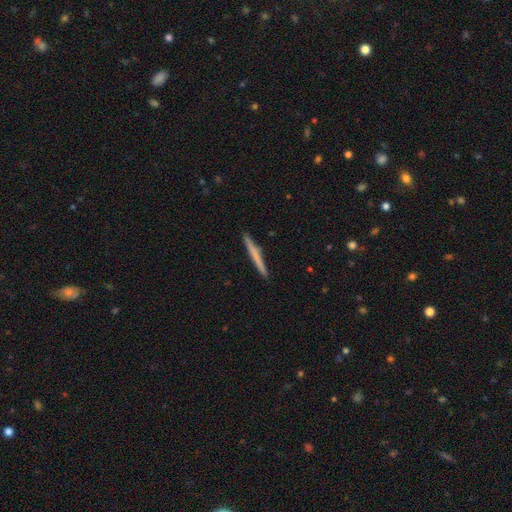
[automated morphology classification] smooth 59%, featured or disk 36%, star or artifact 5%. Down the decision tree: how rounded — cigar-shaped (97%); merging — none (92%).